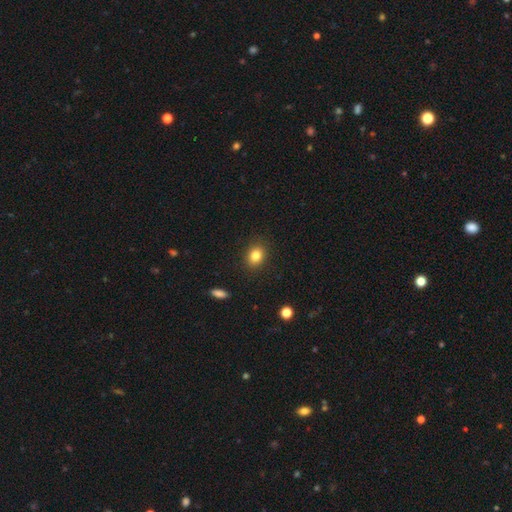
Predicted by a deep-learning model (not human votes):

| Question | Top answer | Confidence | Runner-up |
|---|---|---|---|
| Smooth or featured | smooth | 83% | star or artifact (11%) |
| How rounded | round | 53% | in between (46%) |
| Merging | none | 89% | minor disturbance (8%) |